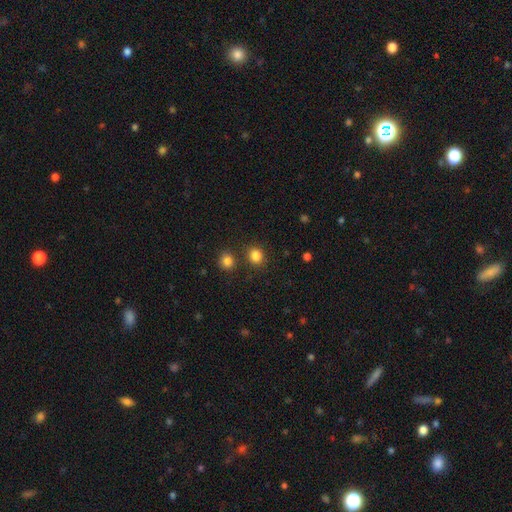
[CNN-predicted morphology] smooth-or-featured: smooth: 84% | star or artifact: 12% | featured or disk: 4%
  how-rounded: round: 81% | in between: 18% | cigar-shaped: 1%
  merging: none: 81% | merger: 9% | minor disturbance: 8% | major disturbance: 3%